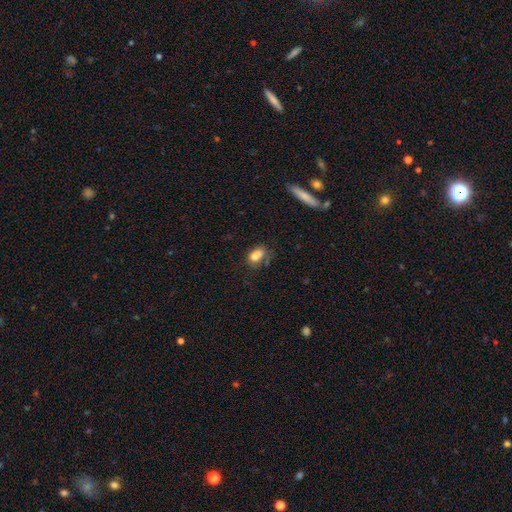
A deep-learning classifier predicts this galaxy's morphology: type=smooth (79%); roundness=in between (81%); merging=none (51%).